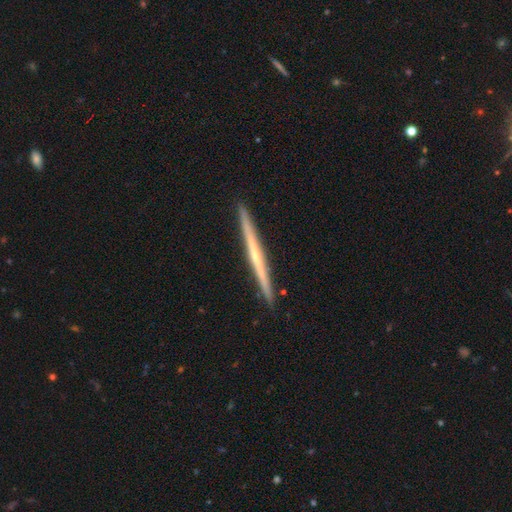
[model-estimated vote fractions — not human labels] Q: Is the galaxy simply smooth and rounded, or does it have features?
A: featured or disk — 68%.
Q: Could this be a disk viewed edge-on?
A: yes — 98%.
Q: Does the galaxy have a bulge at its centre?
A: none — 69%.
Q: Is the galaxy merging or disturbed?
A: none — 93%.